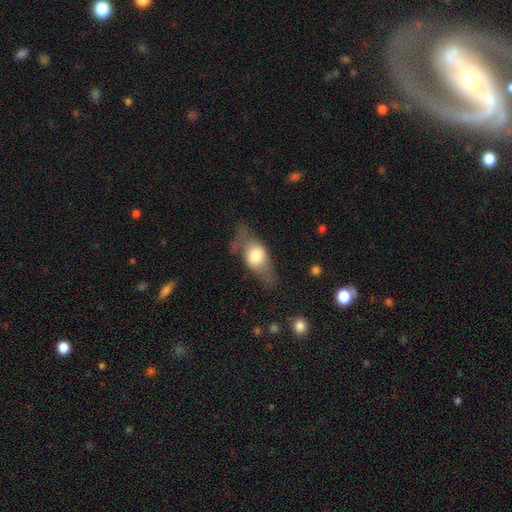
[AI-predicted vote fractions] Smooth or featured? smooth (53%)
How rounded? in between (70%)
Merging? none (55%)